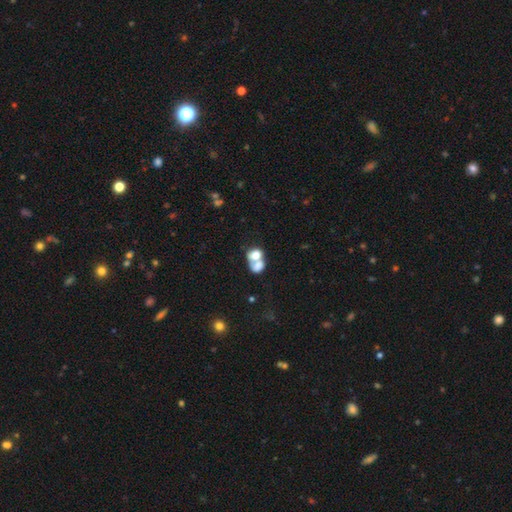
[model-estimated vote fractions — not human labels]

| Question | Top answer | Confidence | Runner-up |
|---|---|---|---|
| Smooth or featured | smooth | 64% | featured or disk (25%) |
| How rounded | in between | 53% | round (46%) |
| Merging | merger | 70% | none (17%) |